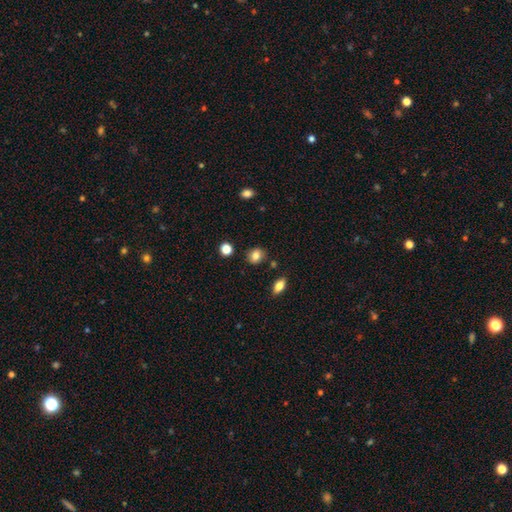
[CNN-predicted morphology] smooth 82%, star or artifact 10%, featured or disk 7%. Down the decision tree: how rounded — round (66%); merging — none (84%).